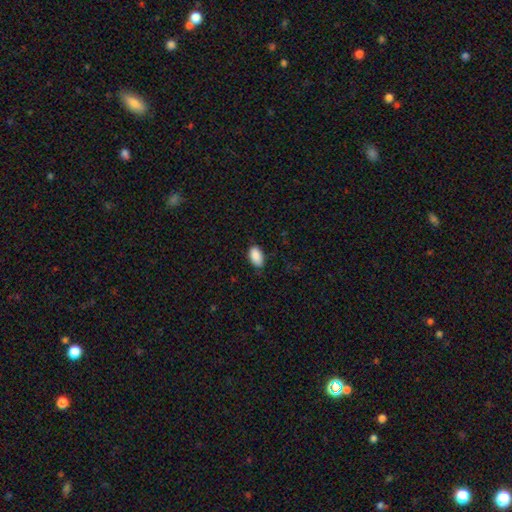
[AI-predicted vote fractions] smooth_or_featured: smooth (p=0.90) [alt: star or artifact p=0.07]
how_rounded: in between (p=0.94) [alt: round p=0.04]
merging: none (p=0.79) [alt: minor disturbance p=0.18]